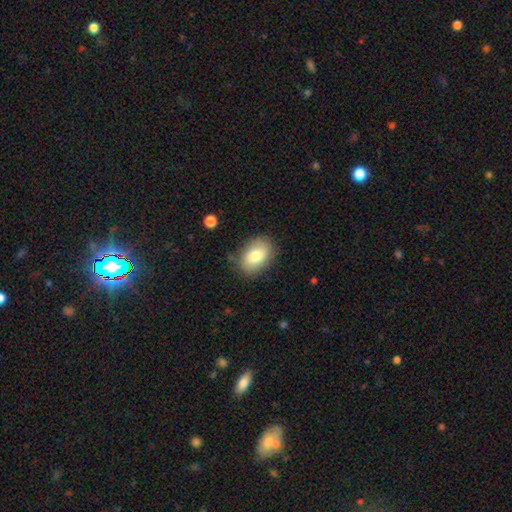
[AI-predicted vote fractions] Smooth or featured?
  - smooth: 77% *
  - featured or disk: 15%
  - star or artifact: 7%
How rounded?
  - in between: 83% *
  - round: 15%
  - cigar-shaped: 1%
Merging?
  - none: 82% *
  - minor disturbance: 13%
  - major disturbance: 3%
  - merger: 2%